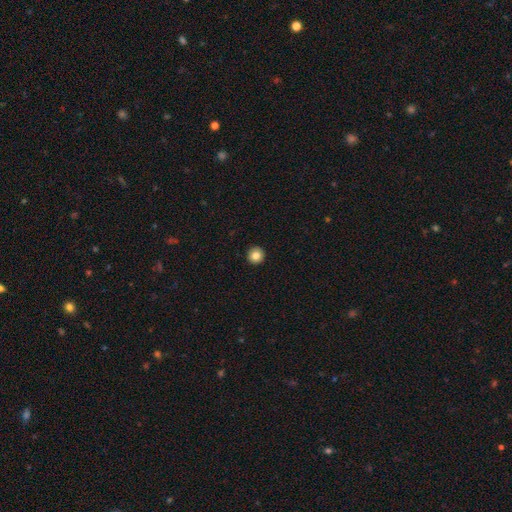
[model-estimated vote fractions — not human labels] Smooth or featured?
  - smooth: 84% *
  - star or artifact: 10%
  - featured or disk: 7%
How rounded?
  - round: 96% *
  - in between: 3%
  - cigar-shaped: 1%
Merging?
  - none: 94% *
  - minor disturbance: 4%
  - major disturbance: 1%
  - merger: 1%